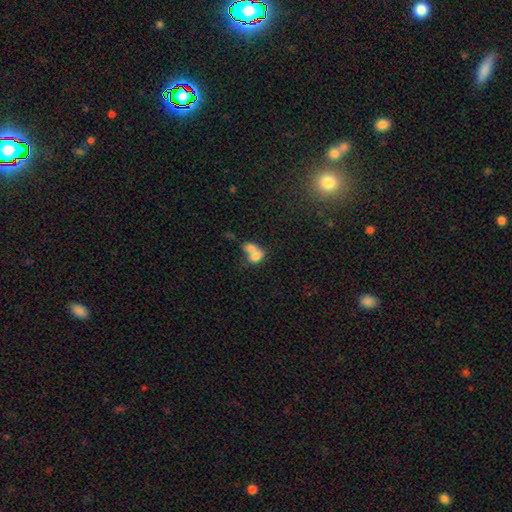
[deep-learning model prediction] Smooth or featured: smooth — 72% (featured or disk — 19%)
How rounded: in between — 69% (round — 29%)
Merging: merger — 74% (none — 15%)